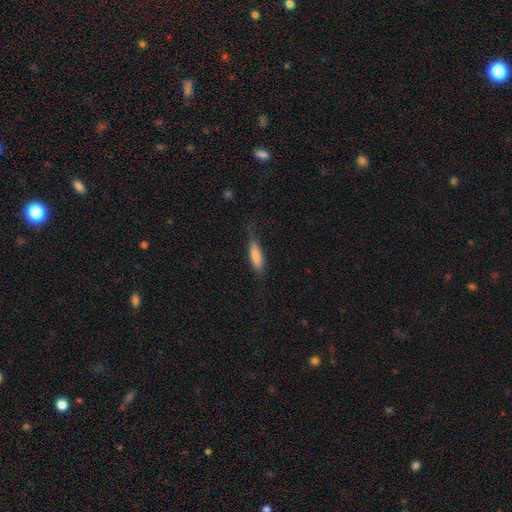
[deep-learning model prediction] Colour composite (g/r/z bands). It shows a smooth galaxy with no disk features (76%) that is cigar-shaped (60%). Merging: none (66%).